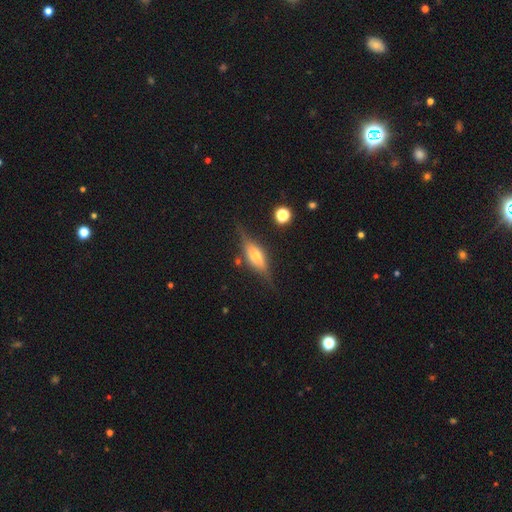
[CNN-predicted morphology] Q: Smooth or featured?
A: featured or disk (67%); runner-up: smooth (25%)
Q: Edge-on disk?
A: yes (93%); runner-up: no (7%)
Q: Edge-on bulge?
A: rounded (80%); runner-up: boxy (16%)
Q: Merging?
A: none (77%); runner-up: minor disturbance (16%)